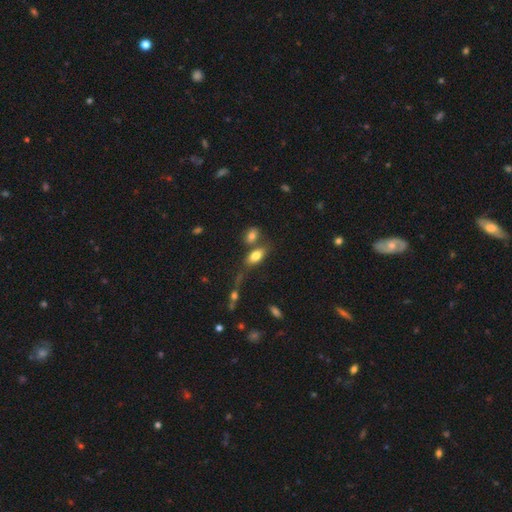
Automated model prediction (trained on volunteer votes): This appears to be a smooth galaxy with no disk features (76%) that is in between round and cigar-shaped (85%). Merging: none (54%).